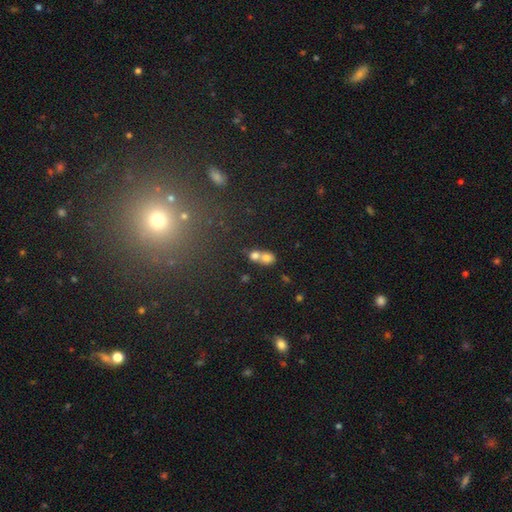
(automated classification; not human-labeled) smooth-or-featured: smooth: 72% | featured or disk: 15% | star or artifact: 13%
  how-rounded: round: 57% | in between: 41% | cigar-shaped: 2%
  merging: merger: 70% | none: 21% | minor disturbance: 6% | major disturbance: 3%